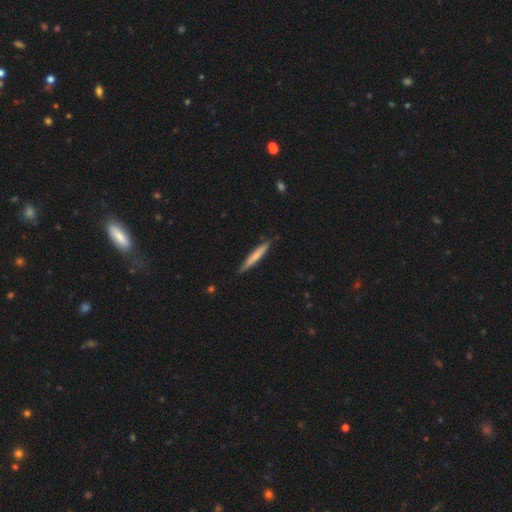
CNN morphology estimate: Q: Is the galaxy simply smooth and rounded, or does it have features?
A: smooth — 68%.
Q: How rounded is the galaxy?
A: cigar-shaped — 95%.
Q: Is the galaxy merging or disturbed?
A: none — 86%.